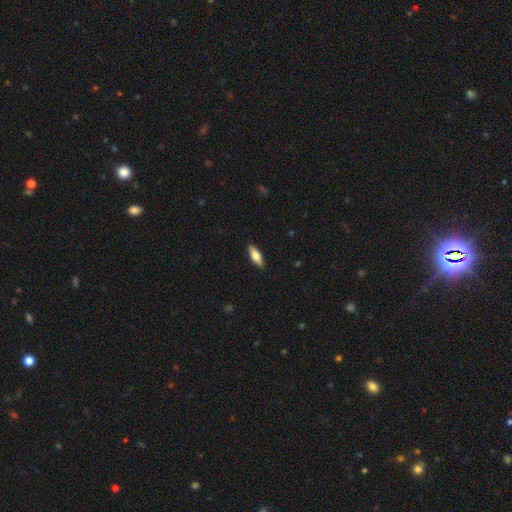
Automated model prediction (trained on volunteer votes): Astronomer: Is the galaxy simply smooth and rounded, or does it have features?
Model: smooth — 66%.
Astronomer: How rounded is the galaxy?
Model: in between — 57% (runner-up: cigar-shaped, 41%).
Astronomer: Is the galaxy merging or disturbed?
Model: none — 89%.